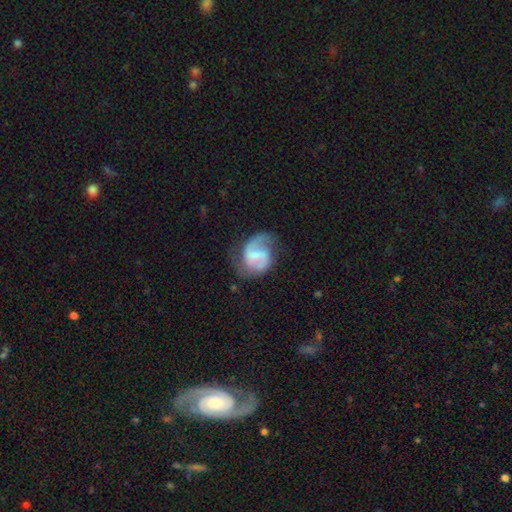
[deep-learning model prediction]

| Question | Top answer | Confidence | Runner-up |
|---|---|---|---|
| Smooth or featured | featured or disk | 76% | smooth (18%) |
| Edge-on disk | no | 98% | yes (2%) |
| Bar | weak | 54% | no (27%) |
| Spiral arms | yes | 93% | no (7%) |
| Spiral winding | medium | 49% | loose (33%) |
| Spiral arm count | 2 | 79% | 1 (11%) |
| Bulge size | small | 45% | none (26%) |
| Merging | none | 57% | minor disturbance (24%) |